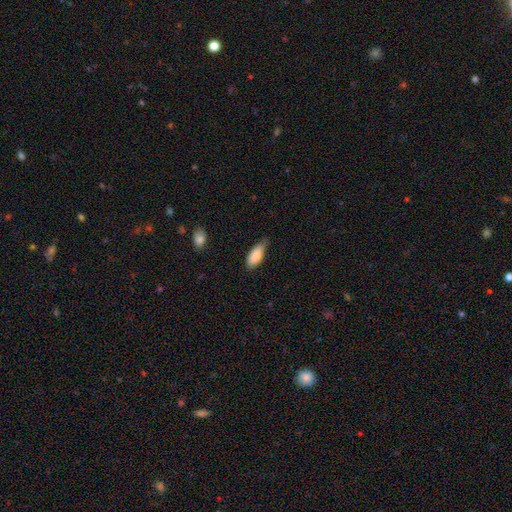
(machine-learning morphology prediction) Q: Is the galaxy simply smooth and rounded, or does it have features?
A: smooth — 86%.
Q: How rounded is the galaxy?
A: in between — 85%.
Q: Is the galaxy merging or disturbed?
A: none — 56%.